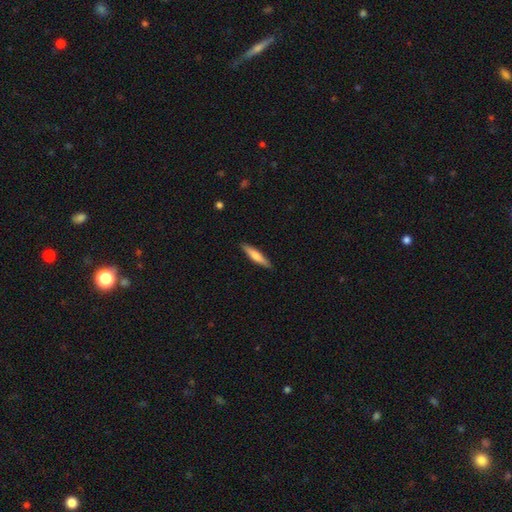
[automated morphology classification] smooth 66%, featured or disk 29%, star or artifact 5%. Down the decision tree: how rounded — cigar-shaped (86%); merging — none (90%).